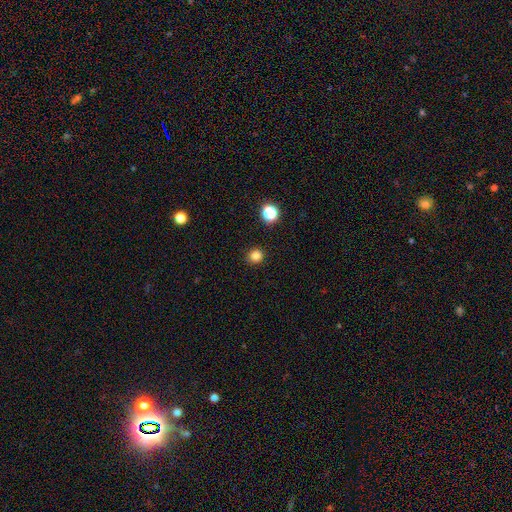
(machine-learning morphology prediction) This is clearly a smooth galaxy (83%). How rounded: clearly round (91%). Merging: clearly none (90%).